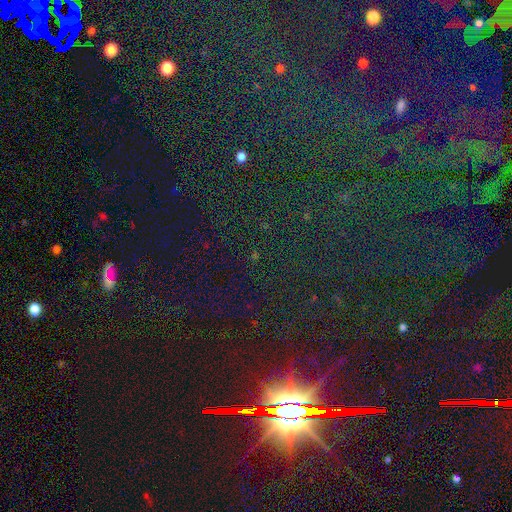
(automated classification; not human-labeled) This is clearly a star or artifact rather than a galaxy (84%).